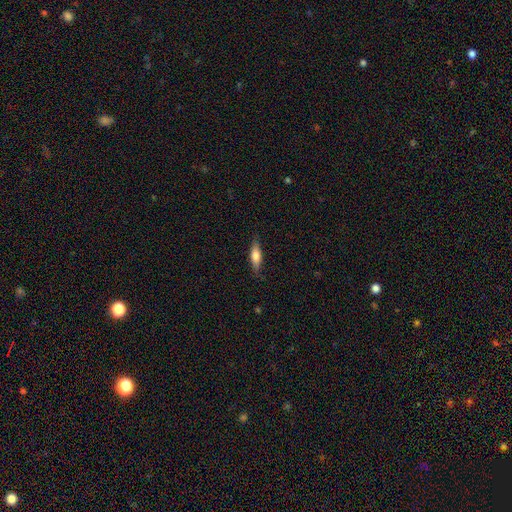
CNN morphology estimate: smooth-or-featured: smooth: 63% | featured or disk: 31% | star or artifact: 6%
  how-rounded: cigar-shaped: 52% | in between: 45% | round: 2%
  merging: none: 80% | minor disturbance: 16% | major disturbance: 3% | merger: 1%